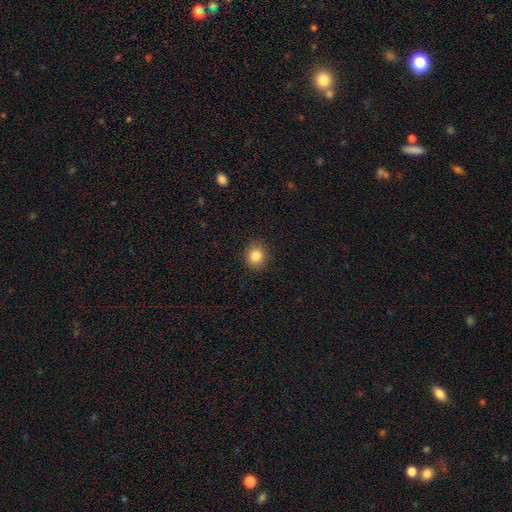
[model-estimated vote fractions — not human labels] smooth-or-featured: smooth: 83% | star or artifact: 11% | featured or disk: 6%
  how-rounded: round: 81% | in between: 18% | cigar-shaped: 1%
  merging: none: 91% | minor disturbance: 6% | major disturbance: 2% | merger: 1%